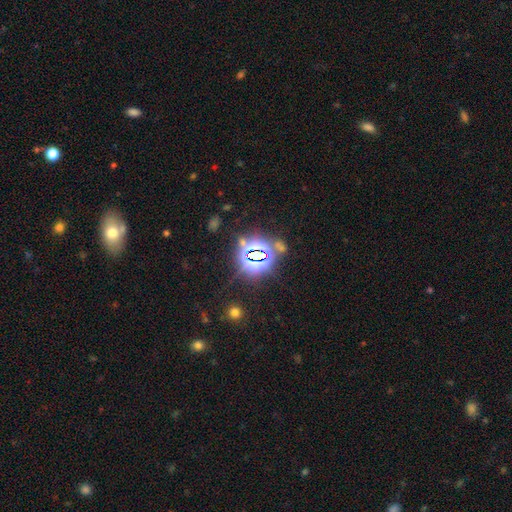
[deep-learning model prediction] Smooth or featured? star or artifact (78%)